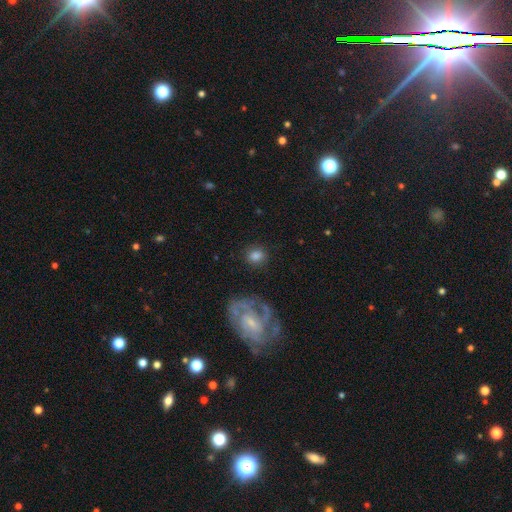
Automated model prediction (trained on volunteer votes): Smooth or featured: smooth — 74% (featured or disk — 17%)
How rounded: round — 74% (in between — 25%)
Merging: none — 83% (minor disturbance — 9%)